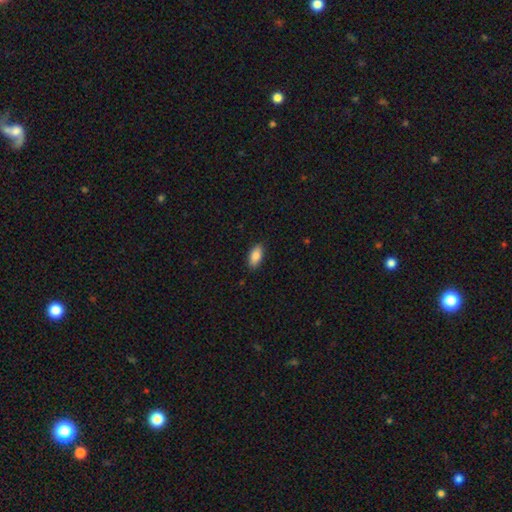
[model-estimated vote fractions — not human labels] Smooth or featured?
  - smooth: 86% *
  - featured or disk: 7%
  - star or artifact: 7%
How rounded?
  - in between: 90% *
  - cigar-shaped: 8%
  - round: 2%
Merging?
  - none: 88% *
  - minor disturbance: 9%
  - major disturbance: 2%
  - merger: 1%